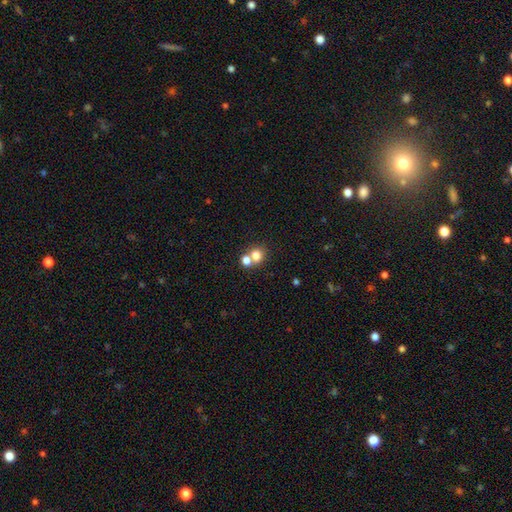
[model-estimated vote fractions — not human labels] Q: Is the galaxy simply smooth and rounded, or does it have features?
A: smooth — 76%.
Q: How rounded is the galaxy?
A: round — 79%.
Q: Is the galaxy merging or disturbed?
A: none — 47%.